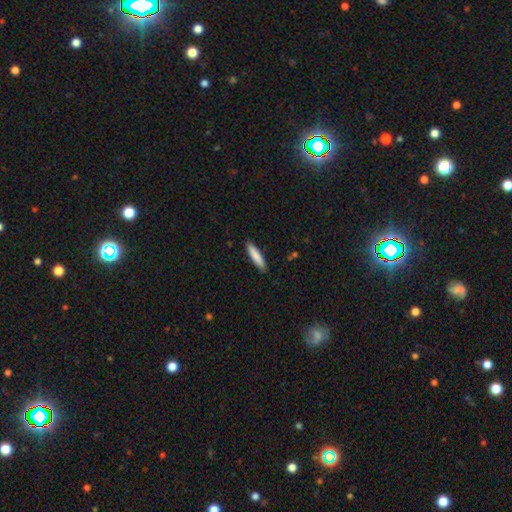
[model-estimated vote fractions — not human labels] Overall: smooth (84%). How rounded: cigar-shaped (83%). Merging: none (90%).